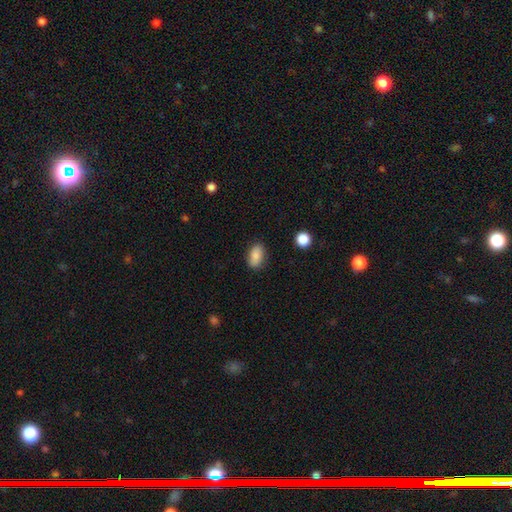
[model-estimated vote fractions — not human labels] smooth 85%, star or artifact 8%, featured or disk 7%. Down the decision tree: how rounded — in between (89%); merging — none (83%).